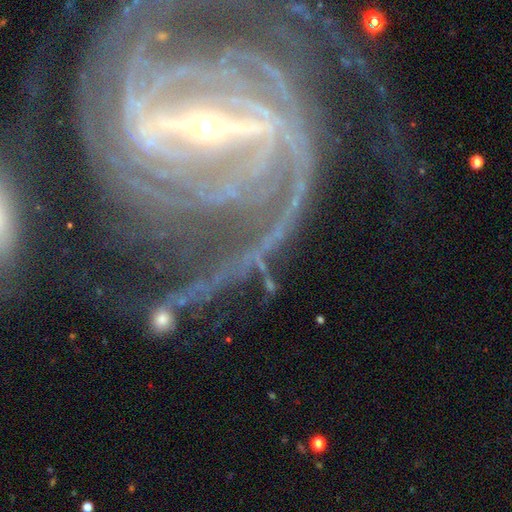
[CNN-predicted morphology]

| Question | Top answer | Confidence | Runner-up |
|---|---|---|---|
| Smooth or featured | featured or disk | 81% | star or artifact (12%) |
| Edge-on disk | no | 91% | yes (9%) |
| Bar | strong | 62% | weak (21%) |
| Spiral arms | yes | 91% | no (9%) |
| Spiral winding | tight | 49% | medium (34%) |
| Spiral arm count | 2 | 31% | can't tell (20%) |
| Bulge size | small | 67% | moderate (24%) |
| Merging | none | 58% | major disturbance (20%) |